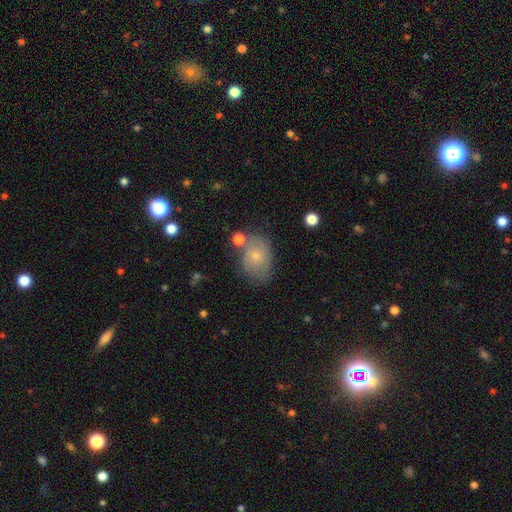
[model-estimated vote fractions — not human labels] Morphology: type=smooth (60%); roundness=in between (72%); merging=none (56%).